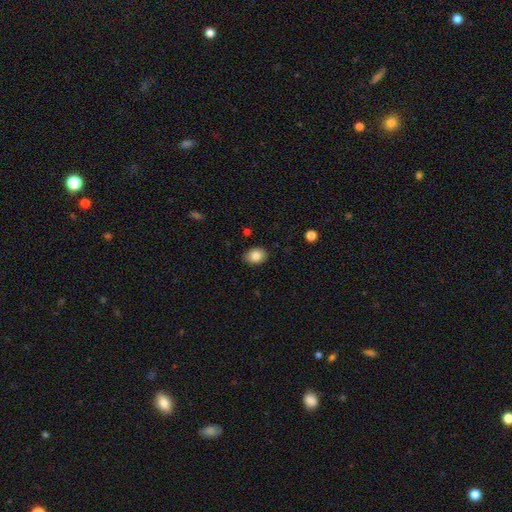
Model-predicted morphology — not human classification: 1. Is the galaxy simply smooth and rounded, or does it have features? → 84% smooth, 9% star or artifact, 8% featured or disk.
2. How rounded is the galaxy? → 65% in between, 34% round, 1% cigar-shaped.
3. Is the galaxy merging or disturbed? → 87% none, 9% minor disturbance, 2% major disturbance, 1% merger.